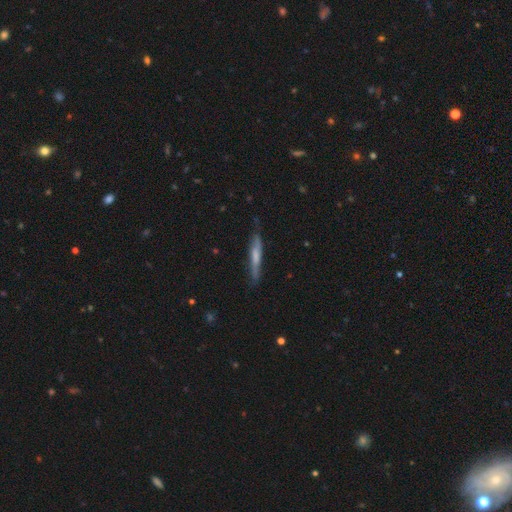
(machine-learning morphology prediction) A smooth galaxy with no disk features (53%) that is cigar-shaped (93%).

Vote fractions:
- Smooth or featured? smooth: 53% / featured or disk: 41% / star or artifact: 6%
- How rounded? cigar-shaped: 93% / in between: 6% / round: 1%
- Merging? none: 76% / minor disturbance: 19% / major disturbance: 4% / merger: 2%